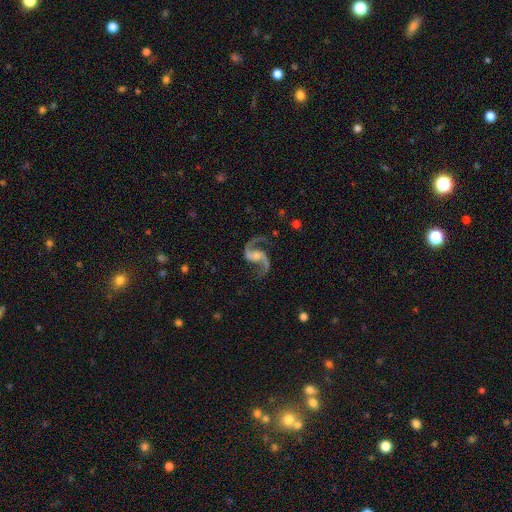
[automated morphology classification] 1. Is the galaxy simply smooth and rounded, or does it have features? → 93% featured or disk, 4% star or artifact, 3% smooth.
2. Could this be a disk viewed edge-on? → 98% no, 2% yes.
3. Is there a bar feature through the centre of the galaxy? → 47% no, 38% weak, 15% strong.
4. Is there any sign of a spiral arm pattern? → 98% yes, 2% no.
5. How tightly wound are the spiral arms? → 60% loose, 36% medium, 5% tight.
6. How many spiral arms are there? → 94% 2, 2% 1, 1% can't tell, 1% 3, 1% 4, 1% more than 4.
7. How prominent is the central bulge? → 35% small, 33% none, 24% moderate, 7% large, 2% dominant.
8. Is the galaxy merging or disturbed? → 75% none, 14% minor disturbance, 9% major disturbance, 2% merger.